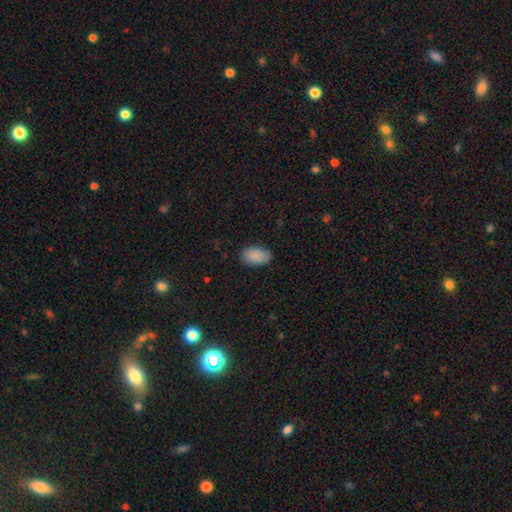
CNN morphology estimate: Smooth or featured: smooth — 90% (star or artifact — 7%)
How rounded: in between — 94% (round — 5%)
Merging: none — 86% (minor disturbance — 11%)